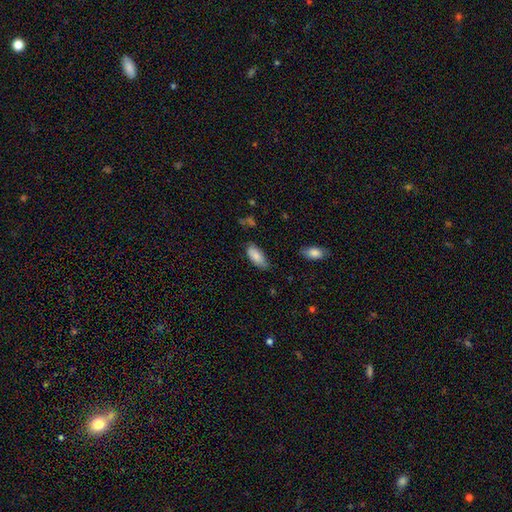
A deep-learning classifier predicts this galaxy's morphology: A smooth galaxy with no disk features (83%) that is in between round and cigar-shaped (88%). Merging: none (65%).